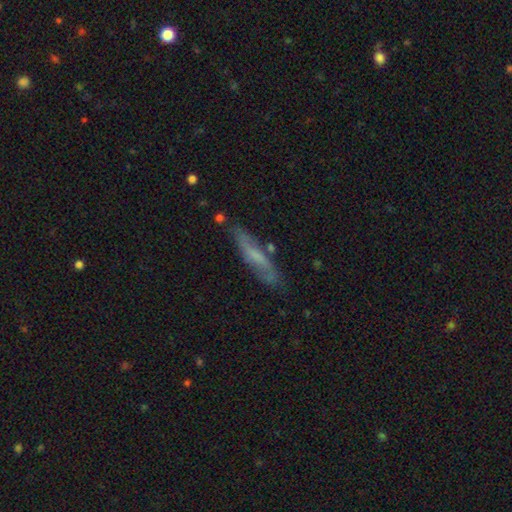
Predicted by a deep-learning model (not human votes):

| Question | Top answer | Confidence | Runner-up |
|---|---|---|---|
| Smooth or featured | featured or disk | 48% | smooth (44%) |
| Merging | none | 74% | minor disturbance (17%) |